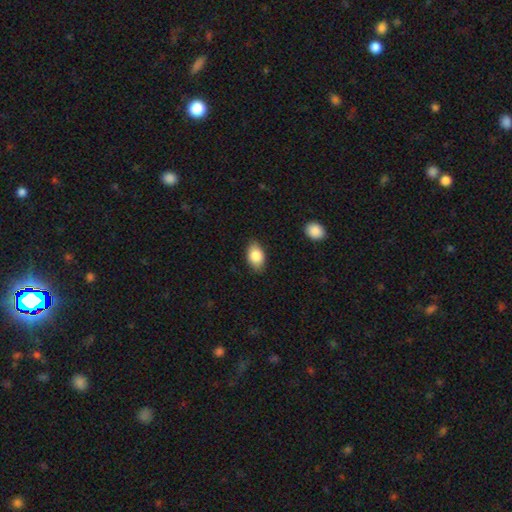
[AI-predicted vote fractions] This is clearly a smooth galaxy (85%). How rounded: clearly in between (89%). Merging: clearly none (84%).